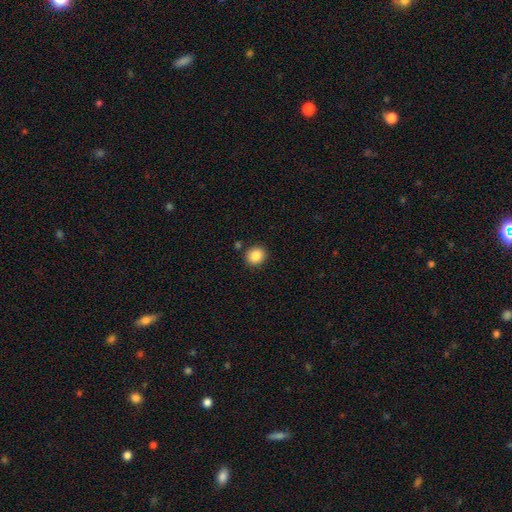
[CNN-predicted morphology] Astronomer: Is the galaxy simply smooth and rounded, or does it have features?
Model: smooth — 87%.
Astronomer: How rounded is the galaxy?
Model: round — 80%.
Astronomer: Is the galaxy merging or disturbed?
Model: none — 86%.